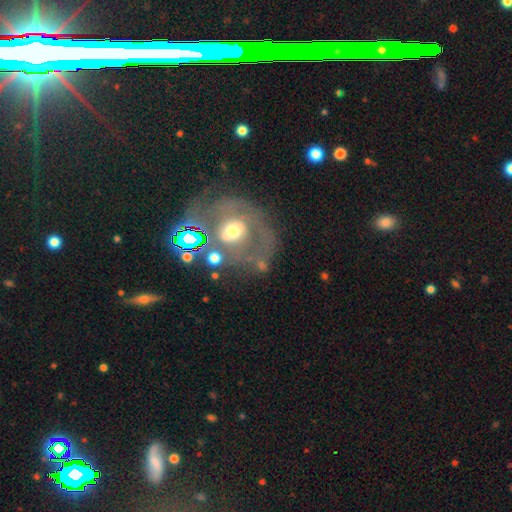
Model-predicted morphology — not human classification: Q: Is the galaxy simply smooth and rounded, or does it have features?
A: featured or disk — 67%.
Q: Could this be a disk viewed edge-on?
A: no — 96%.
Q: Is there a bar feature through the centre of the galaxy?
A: no — 64%.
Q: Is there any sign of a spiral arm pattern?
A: yes — 61%.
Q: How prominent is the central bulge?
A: moderate — 64%.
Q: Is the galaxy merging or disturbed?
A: none — 54%.